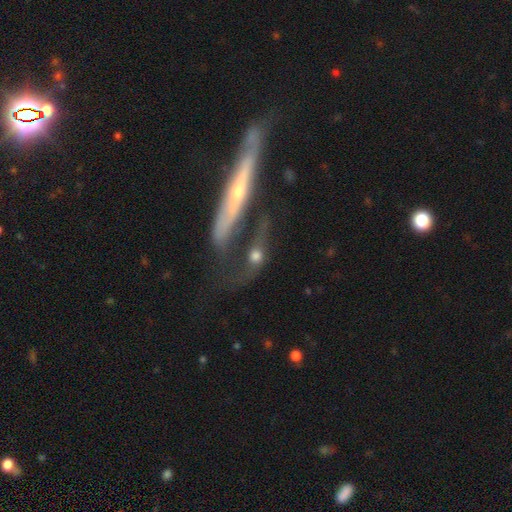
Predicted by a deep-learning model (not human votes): Overall: featured or disk (45%; smooth 40%). Merging: merger (32%; none 30%).